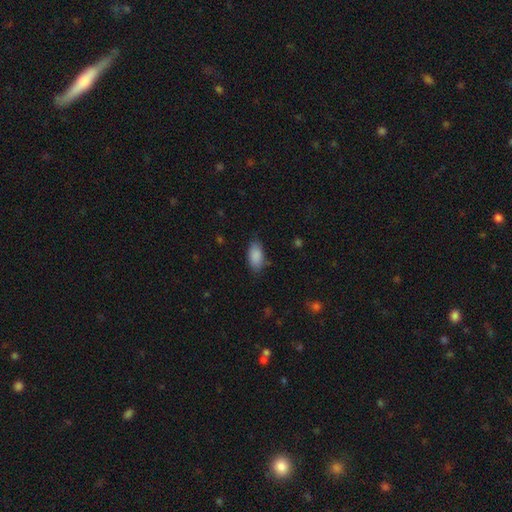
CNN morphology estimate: Smooth or featured? Predicted: smooth (p=0.89). How rounded? Predicted: in between (p=0.92). Merging? Predicted: none (p=0.78).